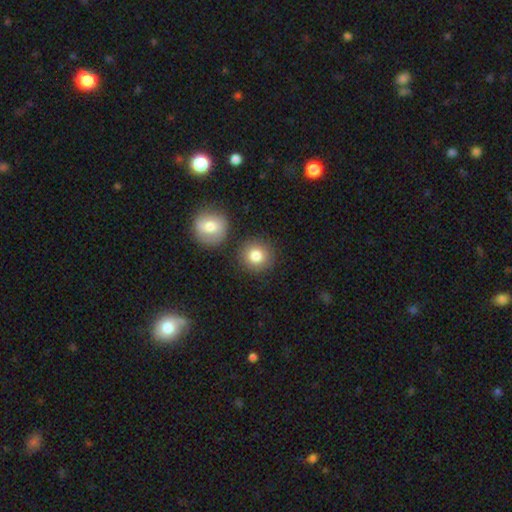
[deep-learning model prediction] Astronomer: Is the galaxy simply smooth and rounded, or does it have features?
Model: smooth — 84%.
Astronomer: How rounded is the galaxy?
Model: round — 91%.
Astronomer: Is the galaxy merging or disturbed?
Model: none — 80%.